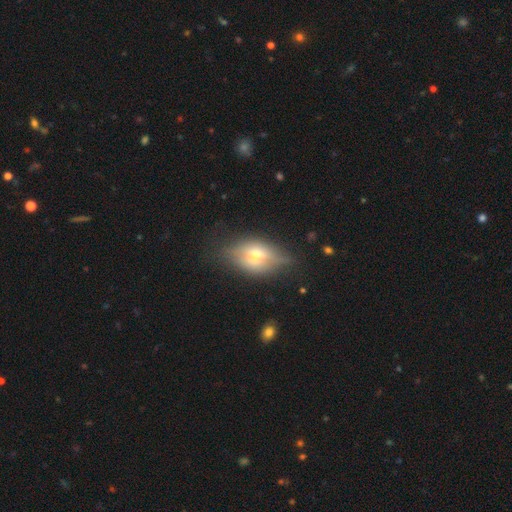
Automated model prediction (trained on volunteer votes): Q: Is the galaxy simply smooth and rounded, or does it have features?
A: featured or disk — 49%.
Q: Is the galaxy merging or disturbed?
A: none — 64%.